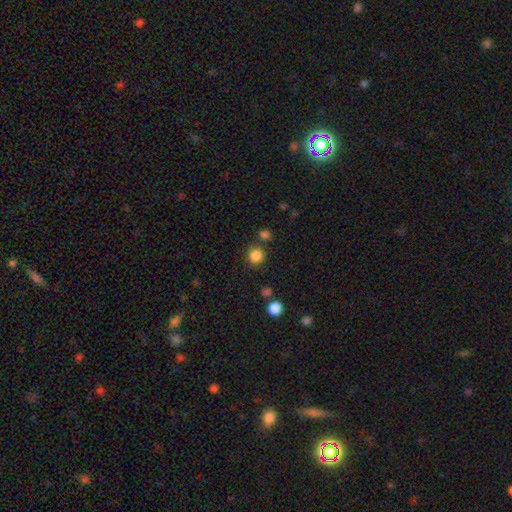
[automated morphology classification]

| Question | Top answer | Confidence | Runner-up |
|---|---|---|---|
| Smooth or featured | smooth | 84% | star or artifact (12%) |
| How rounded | round | 91% | in between (8%) |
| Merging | none | 81% | minor disturbance (8%) |